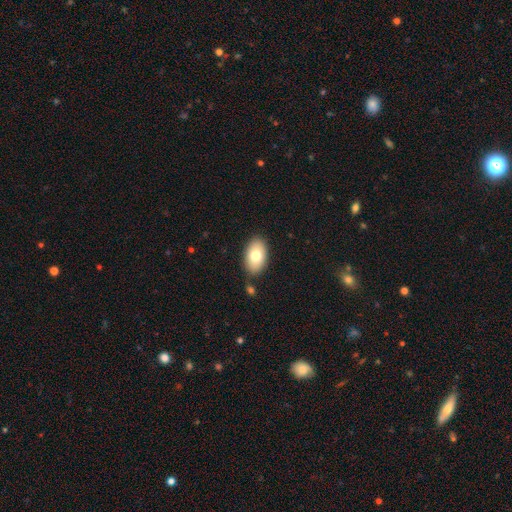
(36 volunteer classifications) Morphology: type=smooth (83%); roundness=in between (90%); merging=none (69%).